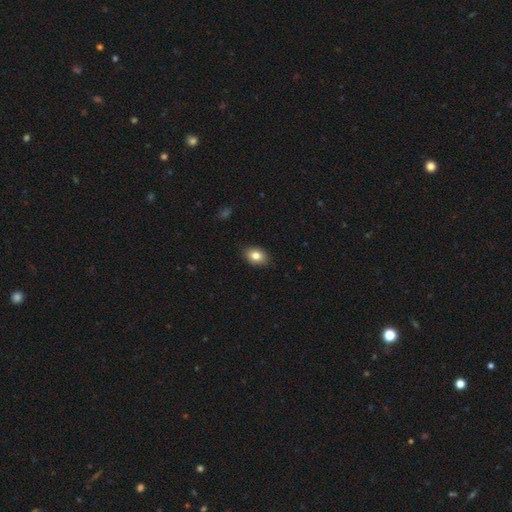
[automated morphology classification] Overall: smooth (82%). How rounded: in between (78%). Merging: none (88%).